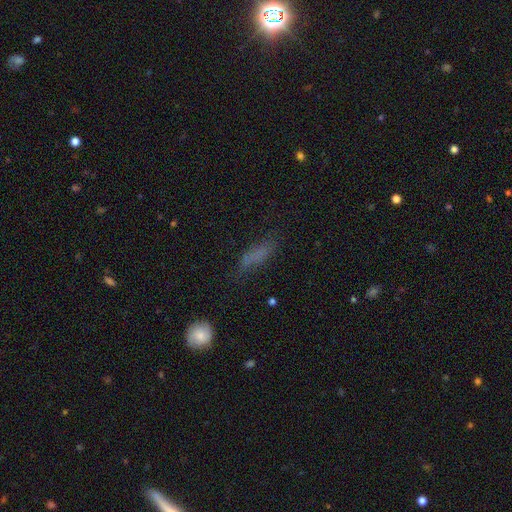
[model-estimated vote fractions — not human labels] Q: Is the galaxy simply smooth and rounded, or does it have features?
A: smooth — 65%.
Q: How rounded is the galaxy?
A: cigar-shaped — 51%.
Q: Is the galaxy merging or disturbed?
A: none — 59%.